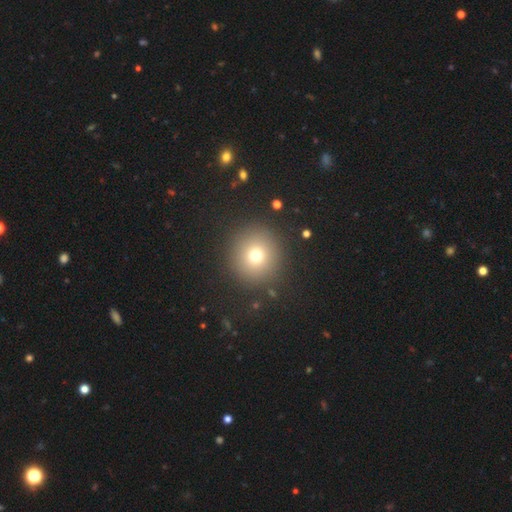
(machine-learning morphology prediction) Smooth or featured? Predicted: smooth (p=0.72). How rounded? Predicted: round (p=0.93). Merging? Predicted: none (p=0.89).